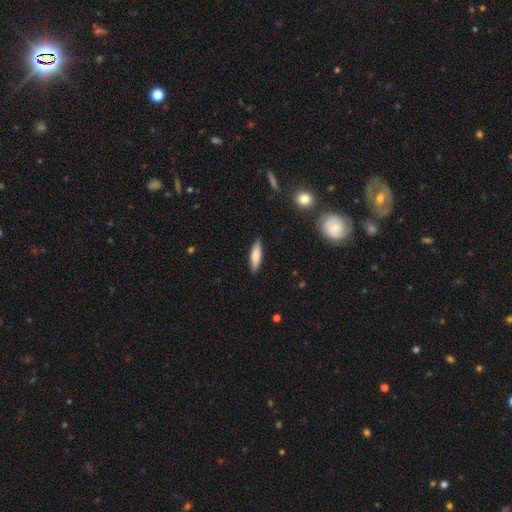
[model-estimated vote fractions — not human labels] smooth-or-featured: smooth: 77% | featured or disk: 17% | star or artifact: 6%
  how-rounded: cigar-shaped: 61% | in between: 37% | round: 2%
  merging: none: 88% | minor disturbance: 9% | major disturbance: 2% | merger: 1%